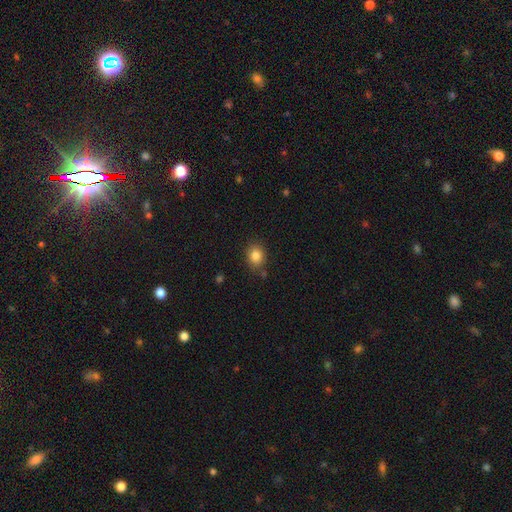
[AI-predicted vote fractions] The model was most divided on "how rounded": round: 55%, in between: 44%, cigar-shaped: 1%. More confident: smooth or featured — smooth (83%); merging — none (82%).